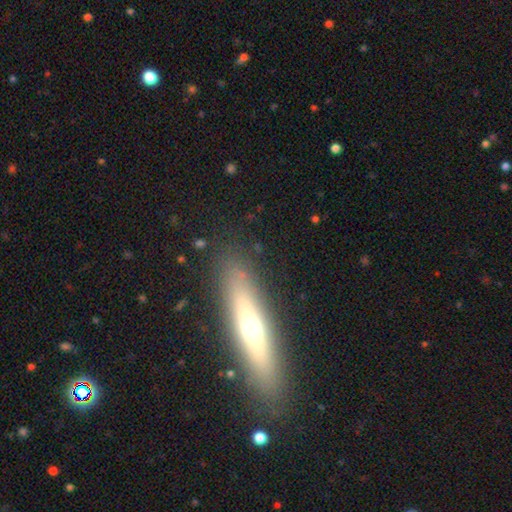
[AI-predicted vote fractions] Smooth or featured? featured or disk (49%)
Merging? none (88%)